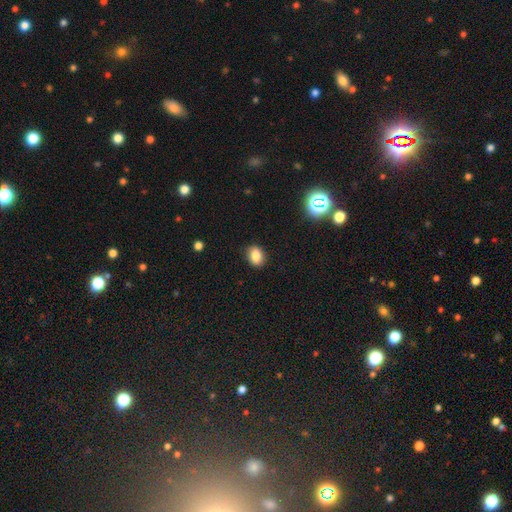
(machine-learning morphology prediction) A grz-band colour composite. It shows a smooth galaxy with no disk features (82%) that is in between round and cigar-shaped (62%). Merging: none (84%).